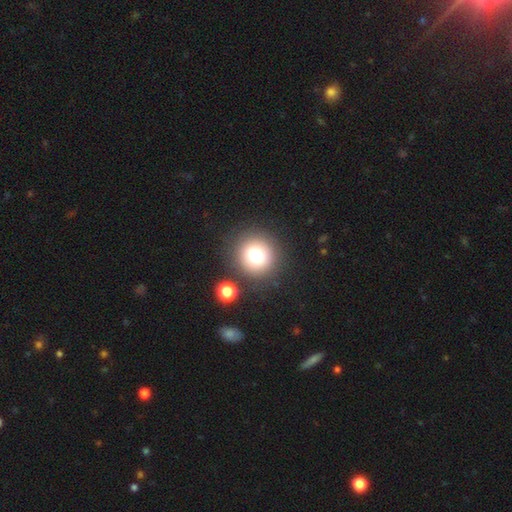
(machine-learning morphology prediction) type=smooth (75%); roundness=round (92%); merging=none (83%).